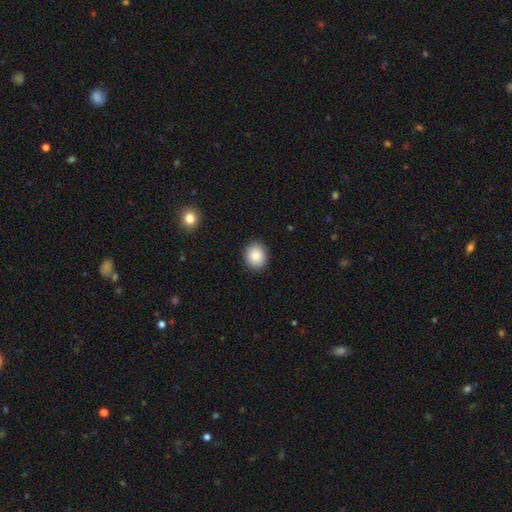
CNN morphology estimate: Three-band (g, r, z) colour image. It shows a smooth galaxy with no disk features (86%) that is round (69%). Merging: none (90%).